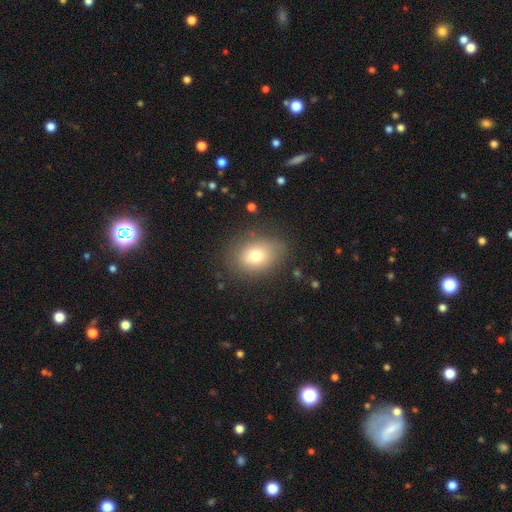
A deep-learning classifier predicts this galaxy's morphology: The model was most divided on "how rounded": in between: 62%, round: 37%, cigar-shaped: 1%. More confident: merging — none (79%); smooth or featured — smooth (73%).